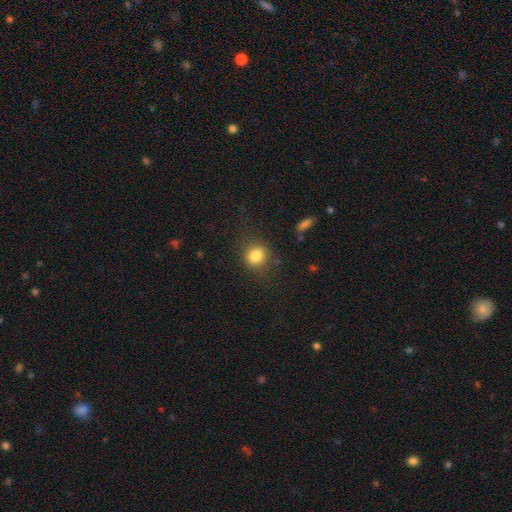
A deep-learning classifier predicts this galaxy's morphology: Q: Smooth or featured?
A: smooth (83%); runner-up: star or artifact (11%)
Q: How rounded?
A: round (80%); runner-up: in between (19%)
Q: Merging?
A: none (79%); runner-up: minor disturbance (13%)